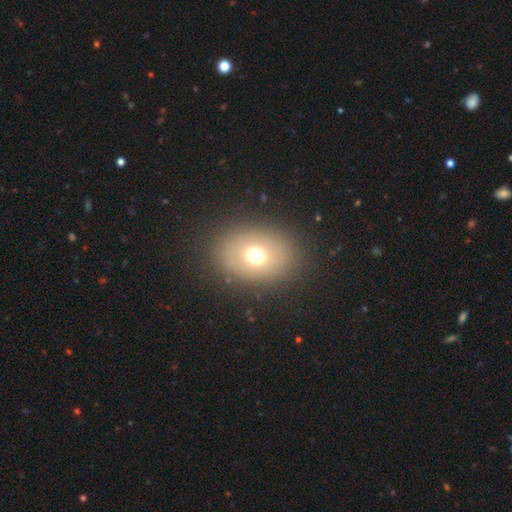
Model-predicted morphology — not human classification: The model was most divided on "how rounded": in between: 56%, round: 43%, cigar-shaped: 1%. More confident: merging — none (85%); smooth or featured — smooth (67%).